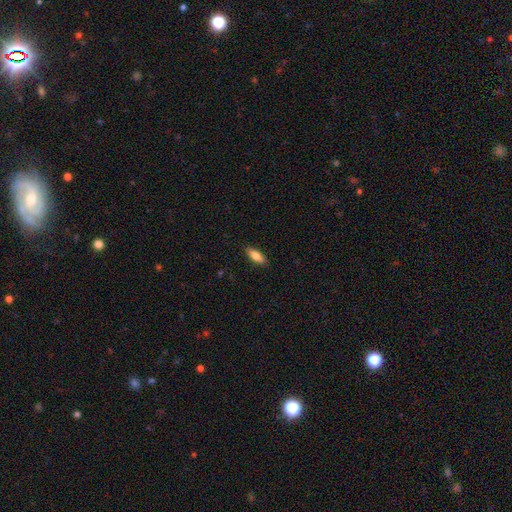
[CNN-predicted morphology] Q: Smooth or featured?
A: smooth (82%); runner-up: featured or disk (12%)
Q: How rounded?
A: in between (69%); runner-up: cigar-shaped (29%)
Q: Merging?
A: none (88%); runner-up: minor disturbance (9%)